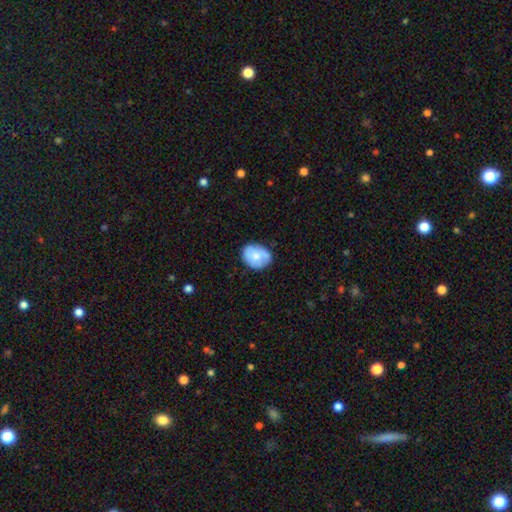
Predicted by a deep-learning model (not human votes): This is likely a smooth galaxy (67%). How rounded: possibly in between (51%). Merging: likely none (73%).